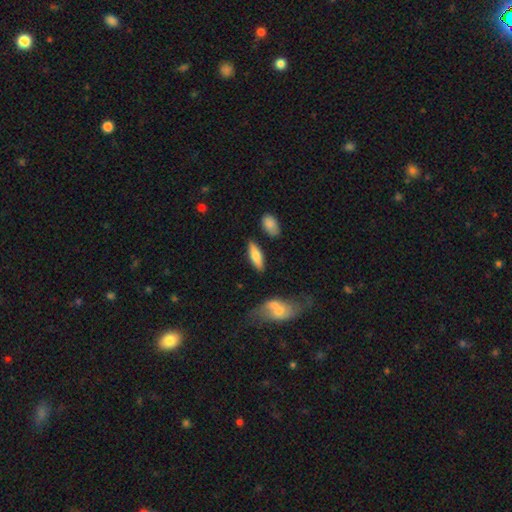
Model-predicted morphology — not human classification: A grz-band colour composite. It shows a smooth galaxy with no disk features (70%) that is in between round and cigar-shaped (51%). Merging: none (81%).